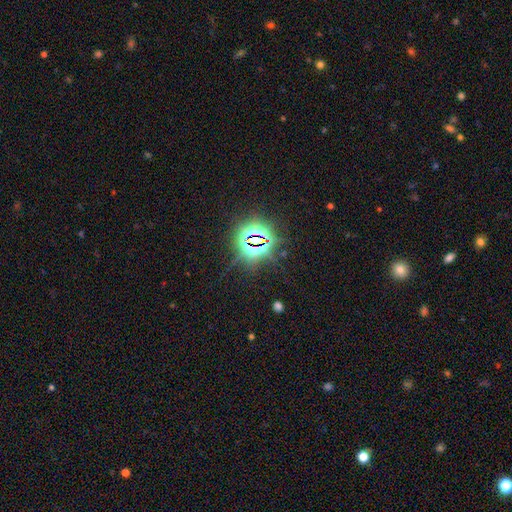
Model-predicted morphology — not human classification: A star or artifact, not a galaxy (82%).